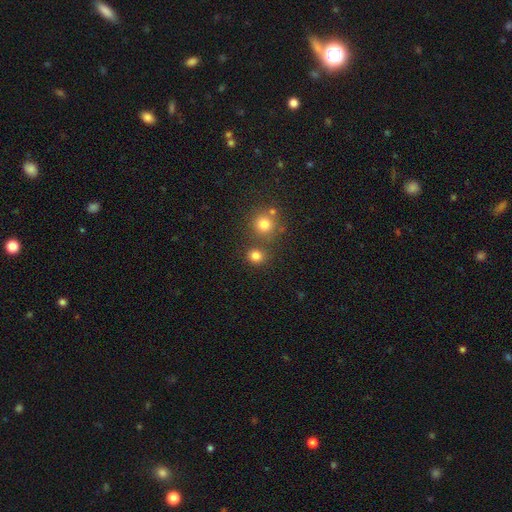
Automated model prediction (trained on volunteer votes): This appears to be a smooth galaxy with no disk features (79%) that is round (85%). Merging: none (73%).